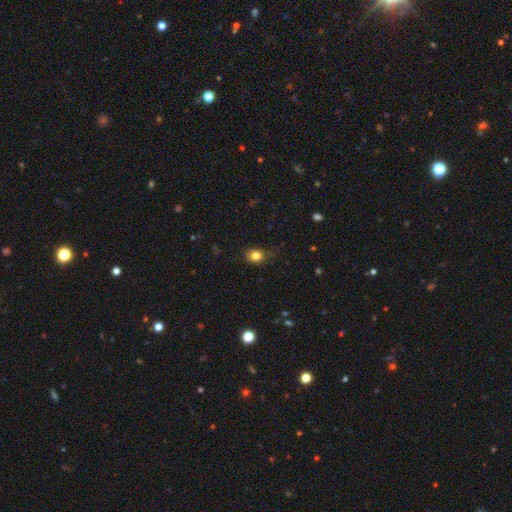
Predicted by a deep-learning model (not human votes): Smooth or featured? Predicted: smooth (p=0.82). How rounded? Predicted: round (p=0.59). Merging? Predicted: none (p=0.73).